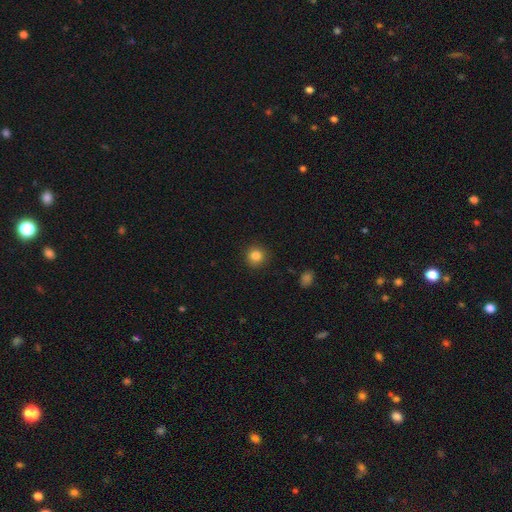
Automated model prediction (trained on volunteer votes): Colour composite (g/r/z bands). It shows a smooth galaxy with no disk features (84%) that is round (93%). Merging: none (91%).